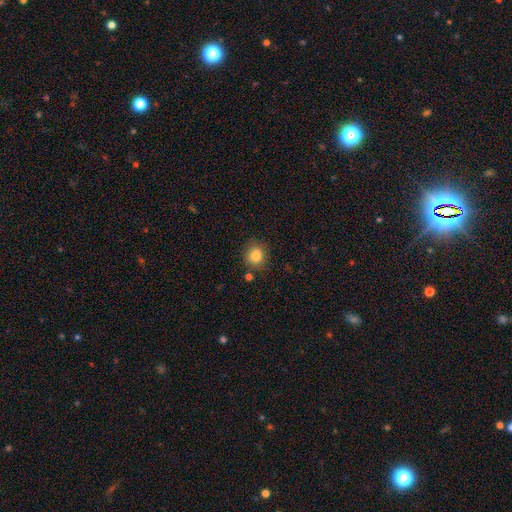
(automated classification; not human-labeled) Smooth or featured?
  - smooth: 84% *
  - star or artifact: 10%
  - featured or disk: 5%
How rounded?
  - round: 84% *
  - in between: 15%
  - cigar-shaped: 1%
Merging?
  - none: 83% *
  - minor disturbance: 10%
  - merger: 4%
  - major disturbance: 3%